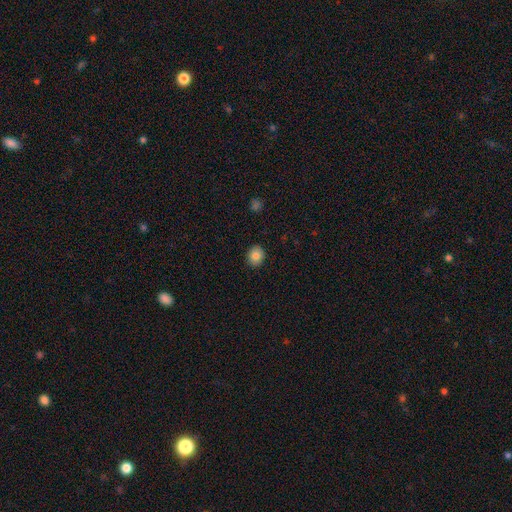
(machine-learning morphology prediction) Q: Smooth or featured?
A: smooth (84%); runner-up: star or artifact (9%)
Q: How rounded?
A: round (64%); runner-up: in between (35%)
Q: Merging?
A: none (90%); runner-up: minor disturbance (7%)